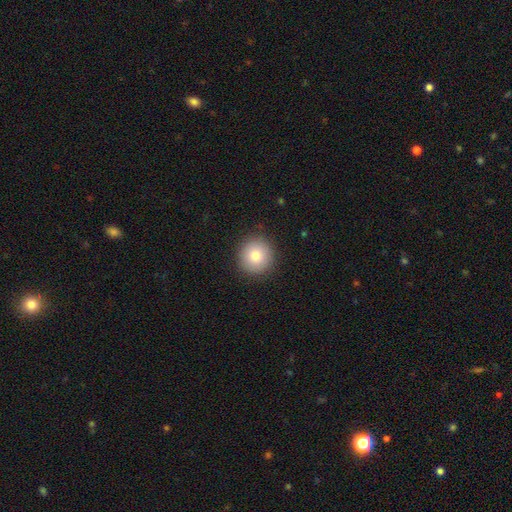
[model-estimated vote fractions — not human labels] This appears to be a smooth galaxy with no disk features (80%) that is round (94%). Merging: none (90%).